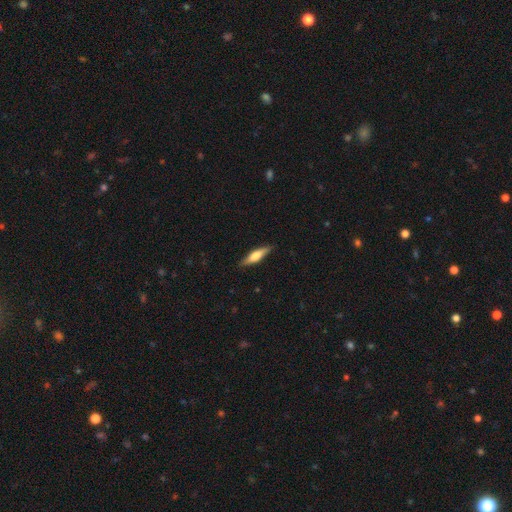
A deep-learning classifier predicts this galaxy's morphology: smooth_or_featured: smooth (p=0.52) [alt: featured or disk p=0.43]
how_rounded: cigar-shaped (p=0.67) [alt: in between p=0.30]
merging: none (p=0.86) [alt: minor disturbance p=0.11]